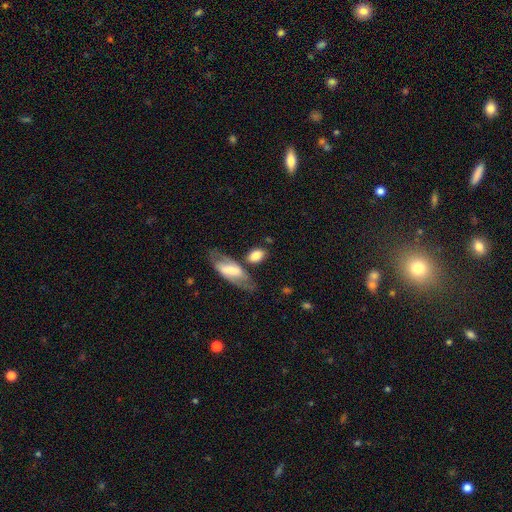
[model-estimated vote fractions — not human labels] A smooth galaxy with no disk features (77%) that is in between round and cigar-shaped (80%).

Vote fractions:
- Smooth or featured? smooth: 77% / featured or disk: 17% / star or artifact: 7%
- How rounded? in between: 80% / round: 15% / cigar-shaped: 5%
- Merging? none: 55% / minor disturbance: 19% / merger: 18% / major disturbance: 8%